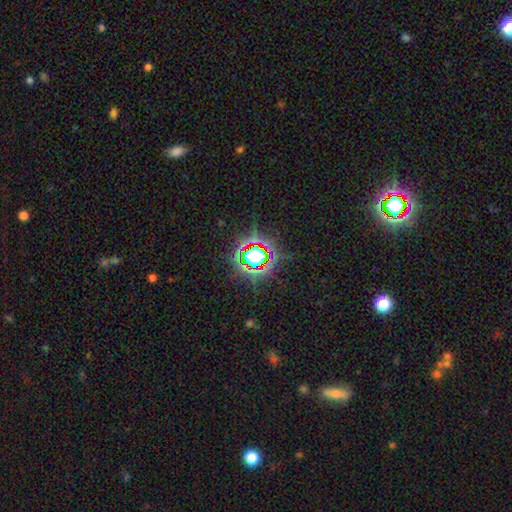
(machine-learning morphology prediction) Q: Smooth or featured?
A: star or artifact (74%); runner-up: smooth (16%)